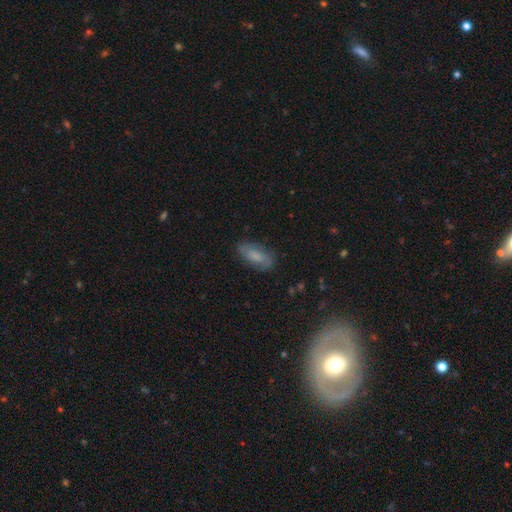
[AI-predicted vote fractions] Smooth or featured?
  - smooth: 63% *
  - featured or disk: 28%
  - star or artifact: 9%
How rounded?
  - in between: 84% *
  - cigar-shaped: 13%
  - round: 3%
Merging?
  - none: 79% *
  - minor disturbance: 16%
  - major disturbance: 4%
  - merger: 1%